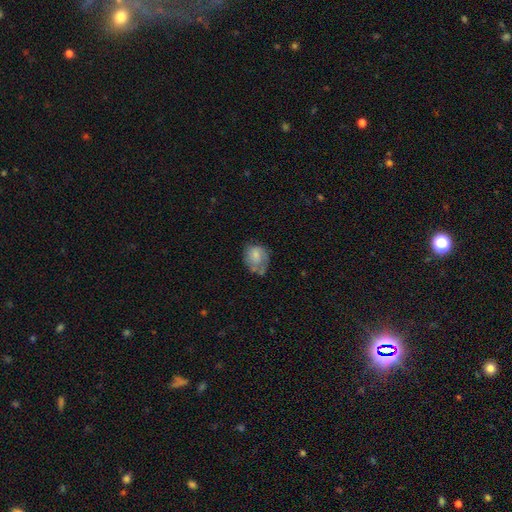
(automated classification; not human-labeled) Overall: smooth (64%; featured or disk 27%). How rounded: round (51%; in between 48%). Merging: none (42%; minor disturbance 32%).